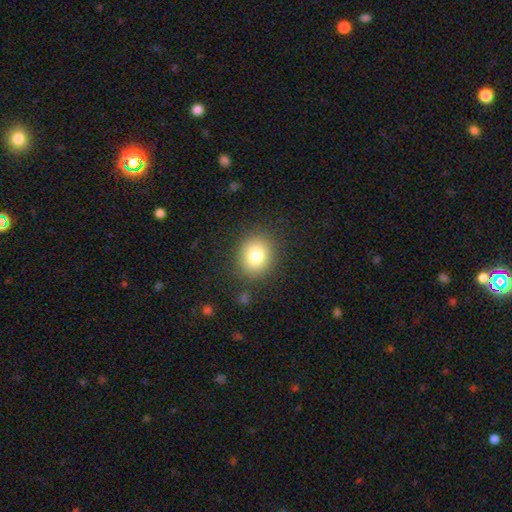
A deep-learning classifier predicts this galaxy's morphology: Smooth or featured?
  - smooth: 79% *
  - star or artifact: 11%
  - featured or disk: 9%
How rounded?
  - round: 72% *
  - in between: 28%
  - cigar-shaped: 1%
Merging?
  - none: 86% *
  - minor disturbance: 9%
  - major disturbance: 4%
  - merger: 2%